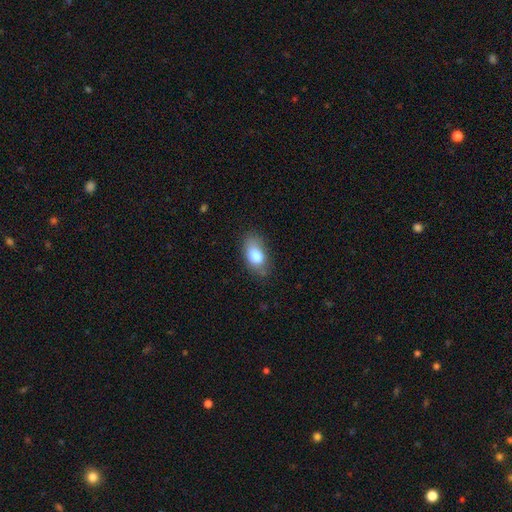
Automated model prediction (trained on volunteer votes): This is clearly a smooth galaxy (81%). How rounded: clearly in between (91%). Merging: likely none (69%).